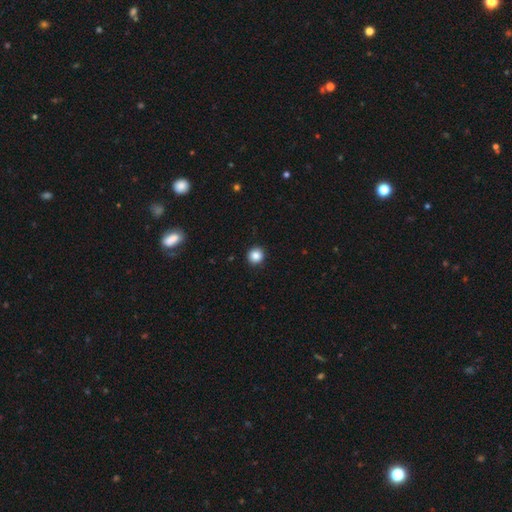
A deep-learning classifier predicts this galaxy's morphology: Smooth or featured? Predicted: smooth (p=0.86). How rounded? Predicted: round (p=0.93). Merging? Predicted: none (p=0.92).